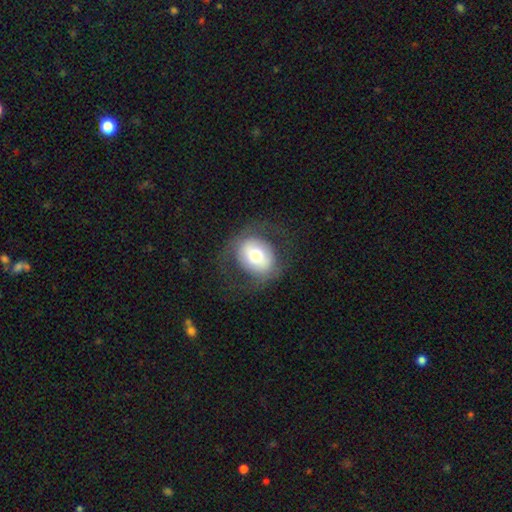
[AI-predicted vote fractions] A smooth galaxy with no disk features (54%) that is round (65%).

Vote fractions:
- Smooth or featured? smooth: 54% / featured or disk: 38% / star or artifact: 8%
- How rounded? round: 65% / in between: 34% / cigar-shaped: 1%
- Merging? none: 71% / major disturbance: 14% / minor disturbance: 14% / merger: 1%